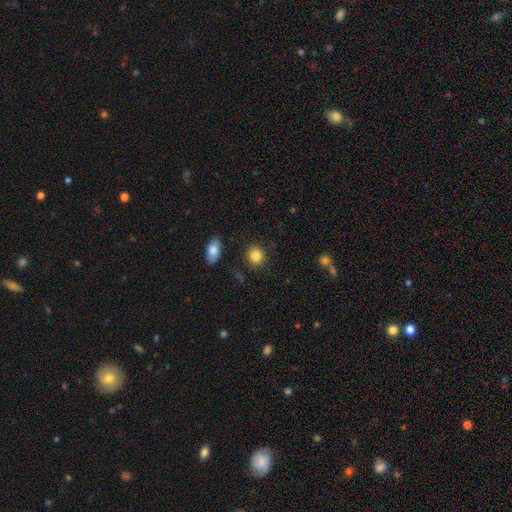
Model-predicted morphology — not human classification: type=smooth (85%); roundness=round (81%); merging=none (88%).